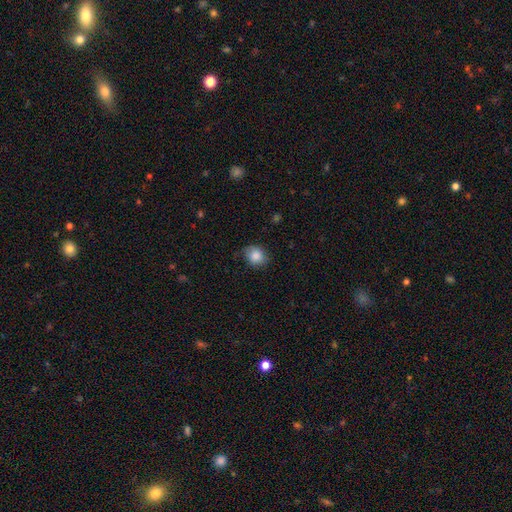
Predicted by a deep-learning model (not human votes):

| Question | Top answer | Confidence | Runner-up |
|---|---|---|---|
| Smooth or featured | smooth | 86% | star or artifact (8%) |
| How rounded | round | 64% | in between (36%) |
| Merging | none | 75% | minor disturbance (20%) |